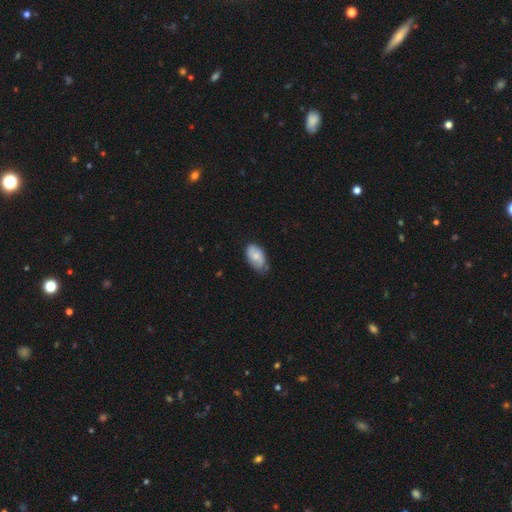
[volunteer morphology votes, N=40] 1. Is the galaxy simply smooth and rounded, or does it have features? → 60% smooth, 32% featured or disk, 8% star or artifact.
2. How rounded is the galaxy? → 92% in between, 8% round, 0% cigar-shaped.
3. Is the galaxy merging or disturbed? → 49% none, 35% minor disturbance, 16% merger, 0% major disturbance.